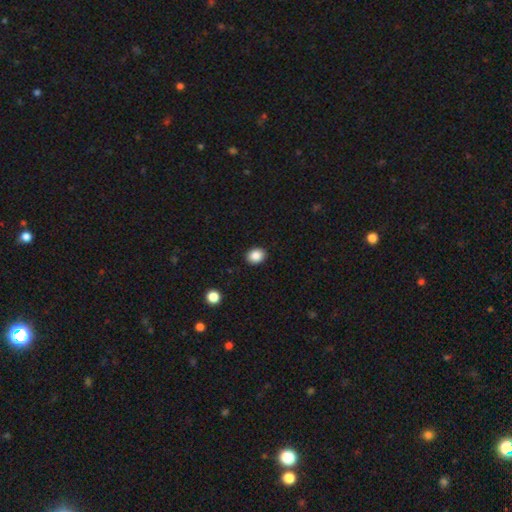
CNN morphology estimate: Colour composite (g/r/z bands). It shows a smooth galaxy with no disk features (87%) that is round (51%). Merging: none (91%).